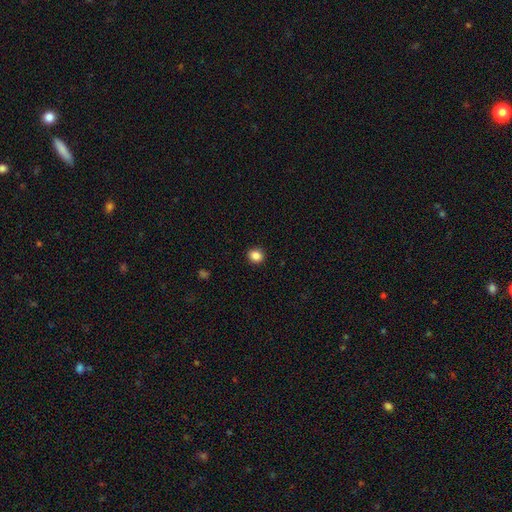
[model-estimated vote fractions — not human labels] The model was most divided on "how rounded": round: 75%, in between: 24%, cigar-shaped: 1%. More confident: merging — none (92%); smooth or featured — smooth (87%).